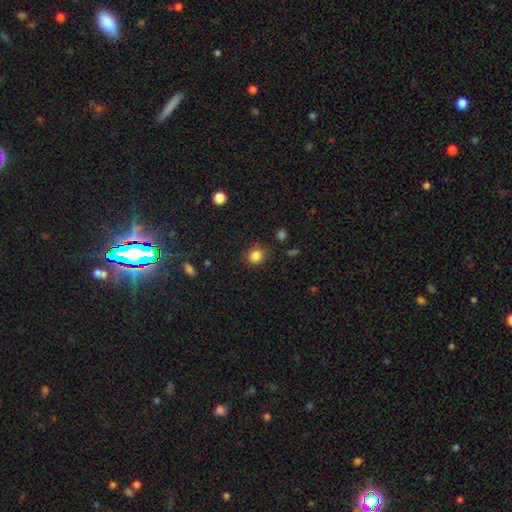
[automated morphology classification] Q: Smooth or featured?
A: smooth (85%); runner-up: star or artifact (11%)
Q: How rounded?
A: round (84%); runner-up: in between (15%)
Q: Merging?
A: none (86%); runner-up: minor disturbance (9%)